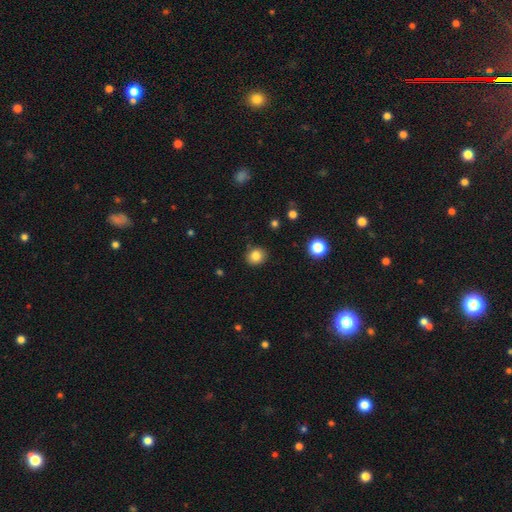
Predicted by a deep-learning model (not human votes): This appears to be a smooth galaxy with no disk features (83%) that is round (78%). Merging: none (88%).